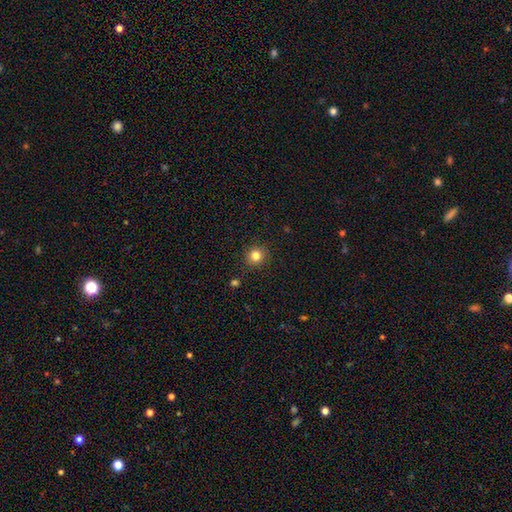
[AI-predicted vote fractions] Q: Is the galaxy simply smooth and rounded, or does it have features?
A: smooth — 82%.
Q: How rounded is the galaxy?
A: round — 89%.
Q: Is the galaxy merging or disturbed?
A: none — 90%.